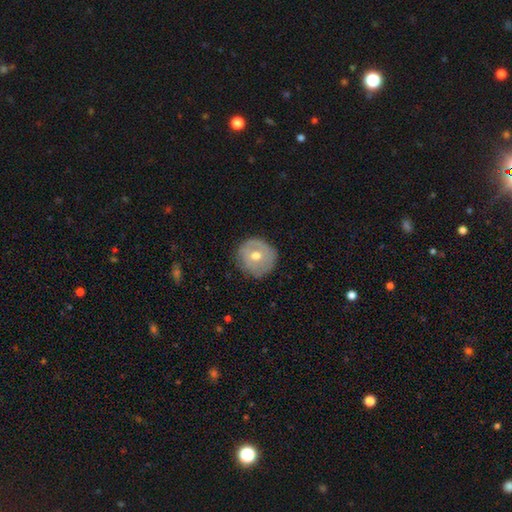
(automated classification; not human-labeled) smooth 52%, featured or disk 41%, star or artifact 8%. Down the decision tree: how rounded — round (94%); merging — none (81%).